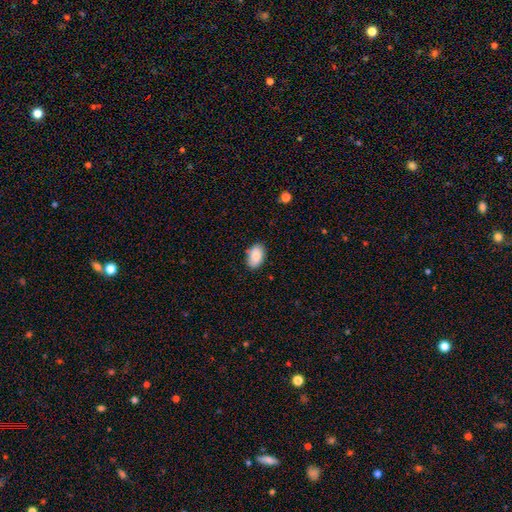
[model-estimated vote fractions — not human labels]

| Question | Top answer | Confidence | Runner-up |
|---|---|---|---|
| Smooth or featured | smooth | 89% | star or artifact (7%) |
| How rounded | in between | 93% | round (6%) |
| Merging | none | 81% | minor disturbance (15%) |